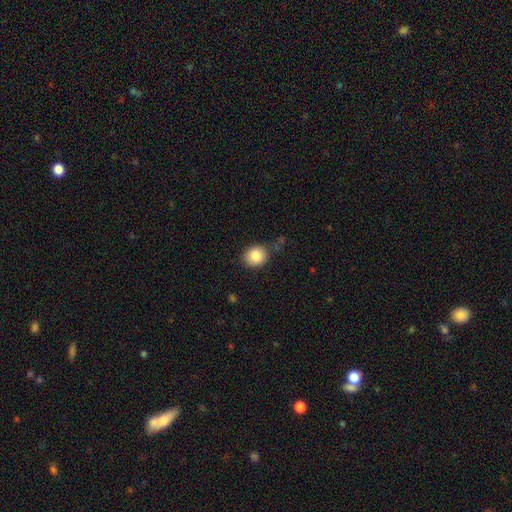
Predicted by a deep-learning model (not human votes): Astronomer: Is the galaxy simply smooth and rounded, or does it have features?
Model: smooth — 86%.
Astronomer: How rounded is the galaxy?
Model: round — 72%.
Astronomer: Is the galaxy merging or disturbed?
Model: none — 76%.